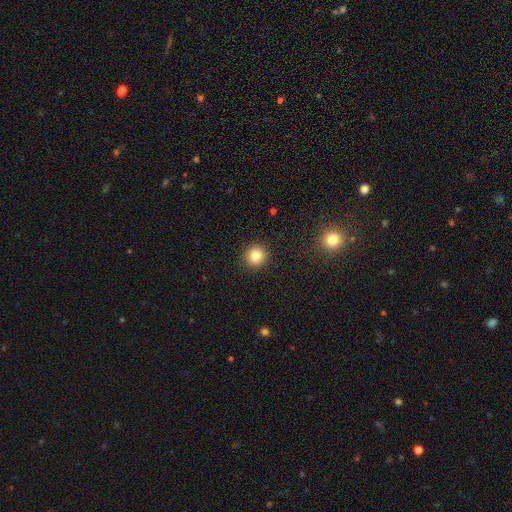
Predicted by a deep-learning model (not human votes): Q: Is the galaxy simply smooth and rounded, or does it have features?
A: smooth — 82%.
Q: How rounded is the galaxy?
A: round — 92%.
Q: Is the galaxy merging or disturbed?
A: none — 92%.